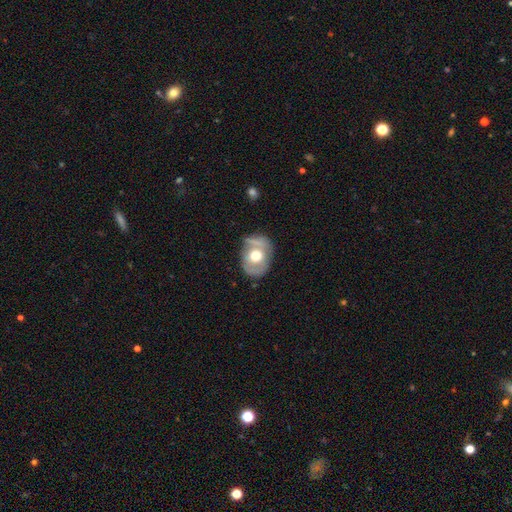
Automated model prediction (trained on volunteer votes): smooth_or_featured: featured or disk (p=0.47) [alt: smooth p=0.46]
merging: none (p=0.54) [alt: minor disturbance p=0.27]